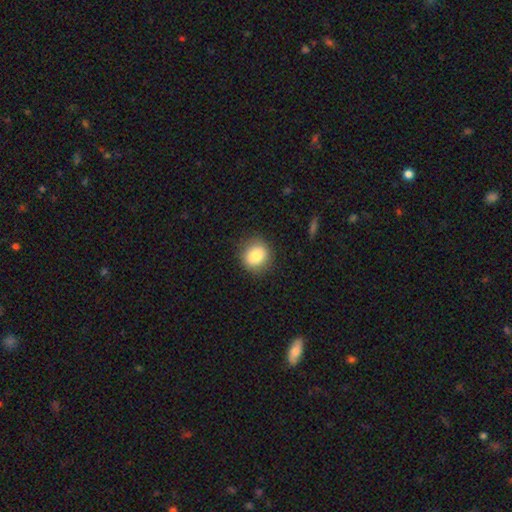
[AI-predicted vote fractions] Smooth or featured? Predicted: smooth (p=0.82). How rounded? Predicted: round (p=0.83). Merging? Predicted: none (p=0.87).